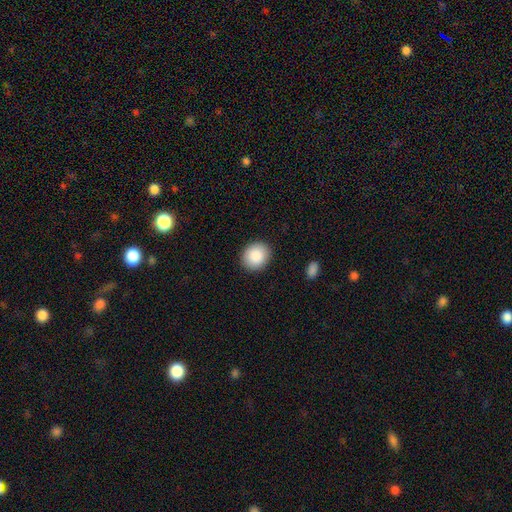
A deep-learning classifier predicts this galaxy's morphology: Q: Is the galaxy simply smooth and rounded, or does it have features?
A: smooth — 88%.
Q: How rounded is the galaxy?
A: round — 71%.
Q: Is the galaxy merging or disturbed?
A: none — 90%.